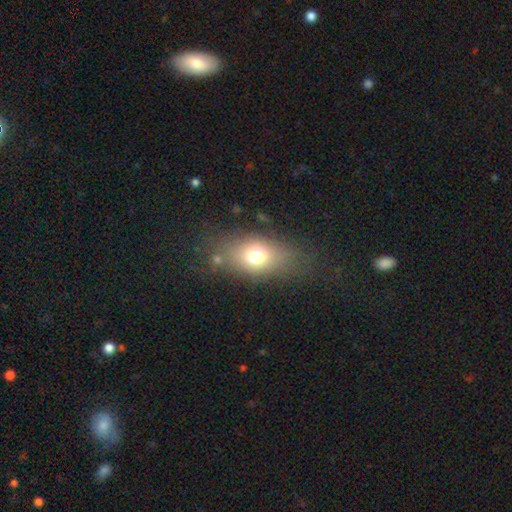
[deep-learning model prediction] Smooth or featured?
  - smooth: 69% *
  - featured or disk: 18%
  - star or artifact: 12%
How rounded?
  - in between: 78% *
  - round: 17%
  - cigar-shaped: 6%
Merging?
  - none: 67% *
  - minor disturbance: 18%
  - major disturbance: 11%
  - merger: 4%